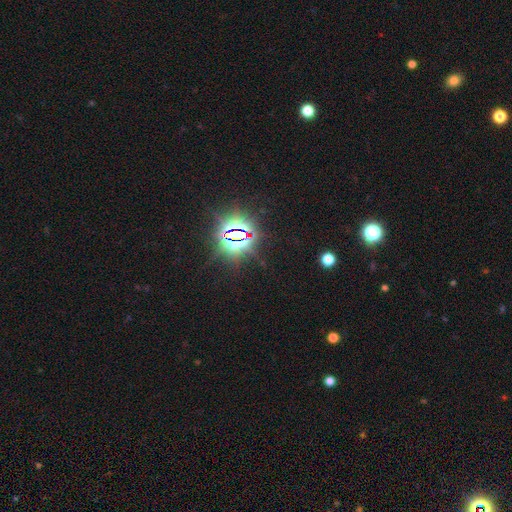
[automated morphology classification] The model was most divided on "smooth or featured": star or artifact: 84%, smooth: 10%, featured or disk: 6%.